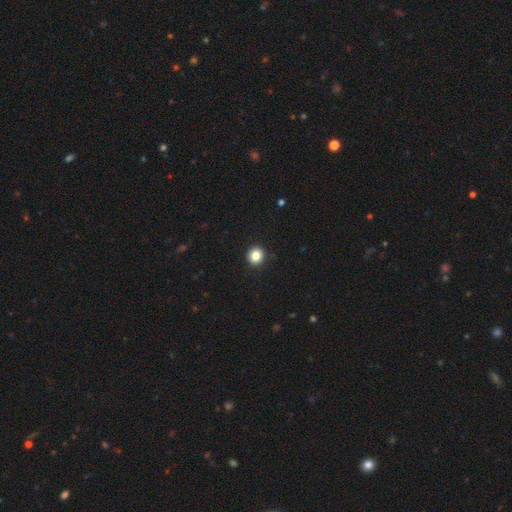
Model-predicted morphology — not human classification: The model was most divided on "smooth or featured": smooth: 85%, star or artifact: 10%, featured or disk: 4%. More confident: merging — none (93%); how rounded — round (88%).